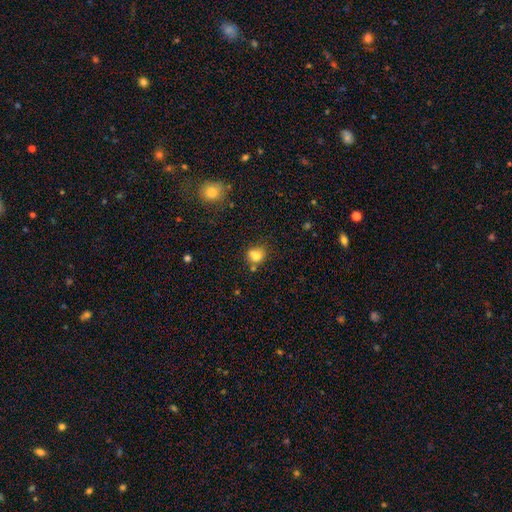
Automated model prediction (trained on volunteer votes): Smooth or featured: smooth — 76% (star or artifact — 13%)
How rounded: round — 59% (in between — 40%)
Merging: none — 45% (merger — 28%)